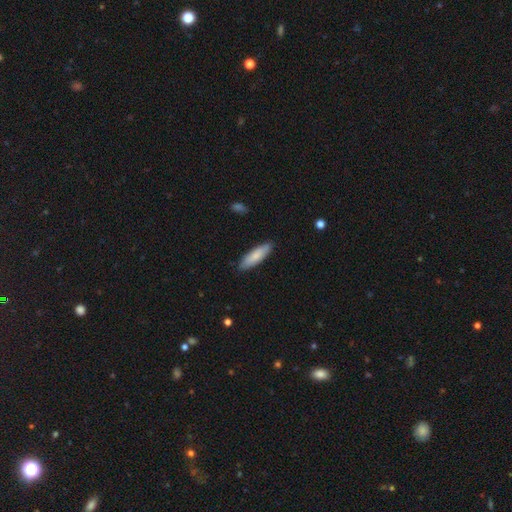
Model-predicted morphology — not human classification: smooth_or_featured: smooth (p=0.81) [alt: featured or disk p=0.14]
how_rounded: cigar-shaped (p=0.57) [alt: in between p=0.41]
merging: none (p=0.86) [alt: minor disturbance p=0.11]